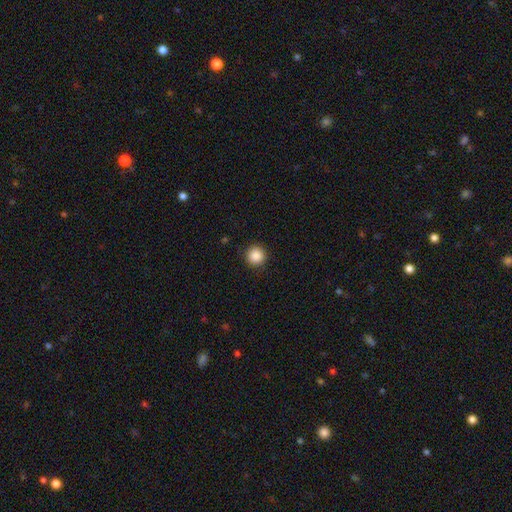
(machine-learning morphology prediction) Smooth or featured? smooth (87%)
How rounded? round (95%)
Merging? none (91%)